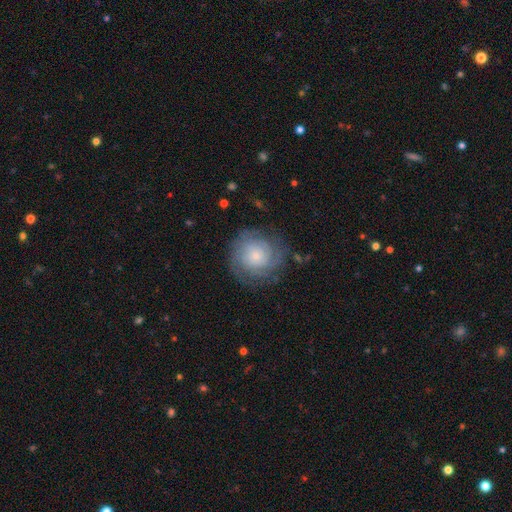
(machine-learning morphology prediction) Smooth or featured?
  - featured or disk: 58% *
  - smooth: 34%
  - star or artifact: 8%
Edge-on disk?
  - no: 98% *
  - yes: 2%
Bar?
  - no: 81% *
  - weak: 16%
  - strong: 2%
Spiral arms?
  - yes: 88% *
  - no: 12%
Bulge size?
  - small: 63% *
  - moderate: 25%
  - large: 6%
  - none: 5%
  - dominant: 2%
Merging?
  - none: 75% *
  - minor disturbance: 16%
  - major disturbance: 8%
  - merger: 1%